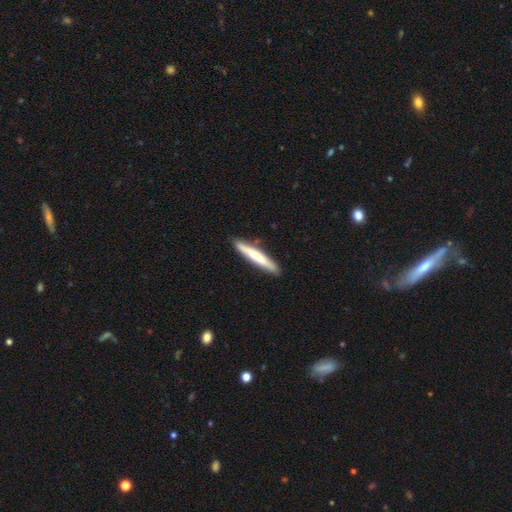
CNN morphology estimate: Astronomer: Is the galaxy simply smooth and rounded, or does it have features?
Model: smooth — 63%.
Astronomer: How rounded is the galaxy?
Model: cigar-shaped — 94%.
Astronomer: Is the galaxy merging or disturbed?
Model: none — 87%.